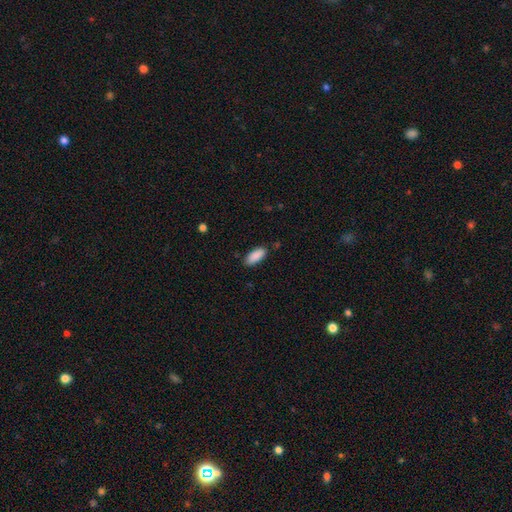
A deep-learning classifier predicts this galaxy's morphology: Smooth or featured? Predicted: smooth (p=0.90). How rounded? Predicted: in between (p=0.84). Merging? Predicted: none (p=0.86).